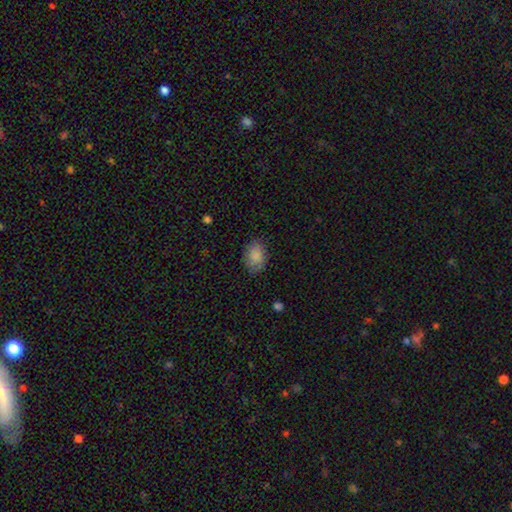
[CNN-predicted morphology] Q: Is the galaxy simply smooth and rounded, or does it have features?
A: smooth — 86%.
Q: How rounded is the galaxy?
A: in between — 76%.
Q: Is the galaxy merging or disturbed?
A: none — 79%.